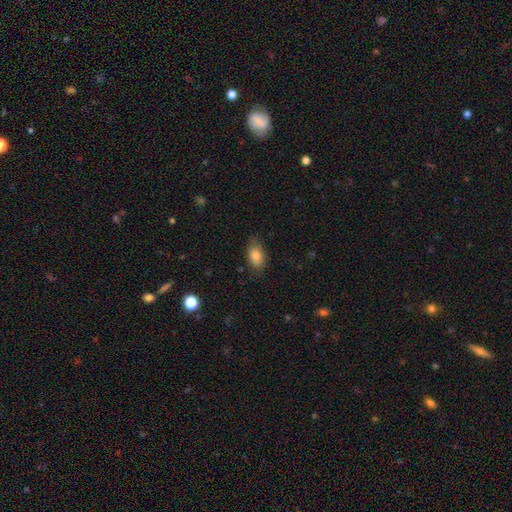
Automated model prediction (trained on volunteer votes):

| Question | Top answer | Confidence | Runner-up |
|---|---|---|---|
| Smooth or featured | smooth | 82% | featured or disk (10%) |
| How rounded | in between | 89% | round (9%) |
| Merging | none | 76% | minor disturbance (19%) |